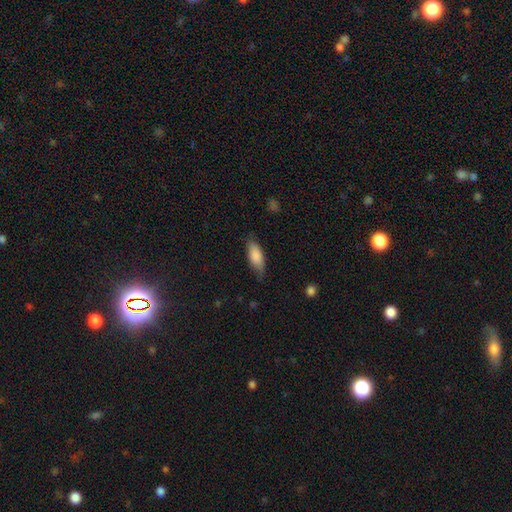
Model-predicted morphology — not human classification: Overall: smooth (83%). How rounded: in between (77%). Merging: none (71%).